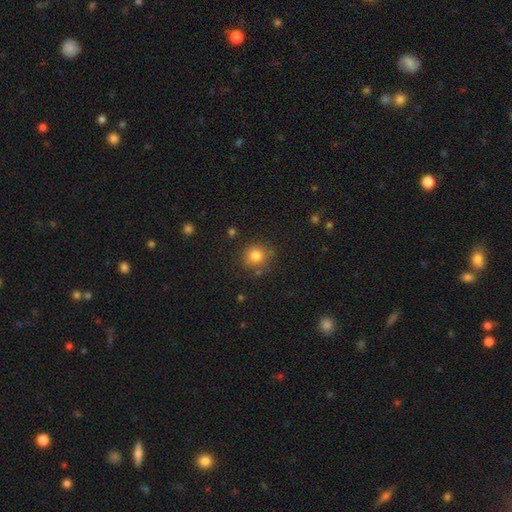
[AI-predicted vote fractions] smooth 82%, star or artifact 12%, featured or disk 6%. Down the decision tree: how rounded — round (86%); merging — none (78%).